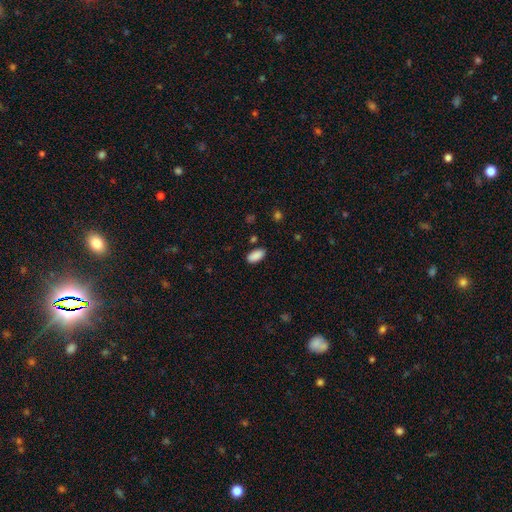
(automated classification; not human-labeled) A smooth galaxy with no disk features (89%) that is in between round and cigar-shaped (93%).

Vote fractions:
- Smooth or featured? smooth: 89% / star or artifact: 7% / featured or disk: 3%
- How rounded? in between: 93% / cigar-shaped: 5% / round: 2%
- Merging? none: 85% / minor disturbance: 11% / major disturbance: 2% / merger: 2%